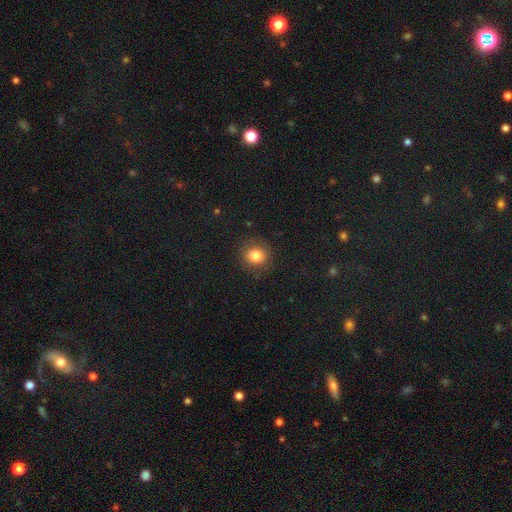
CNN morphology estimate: This is clearly a smooth galaxy (82%). How rounded: clearly round (84%). Merging: clearly none (87%).